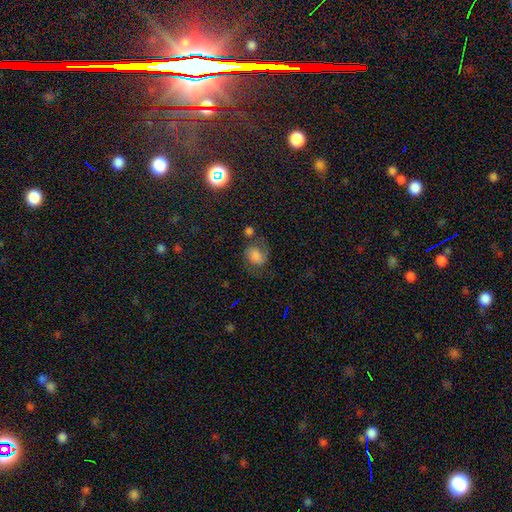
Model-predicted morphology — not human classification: This appears to be a featured or disk galaxy (43%). Merging: none (51%).